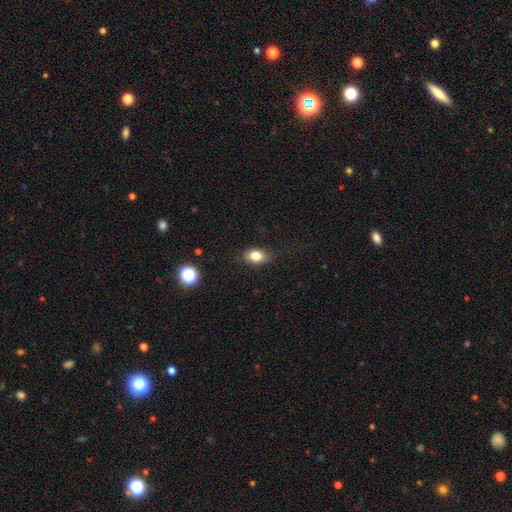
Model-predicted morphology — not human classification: Smooth or featured: smooth — 80% (star or artifact — 10%)
How rounded: in between — 76% (round — 23%)
Merging: none — 81% (minor disturbance — 14%)